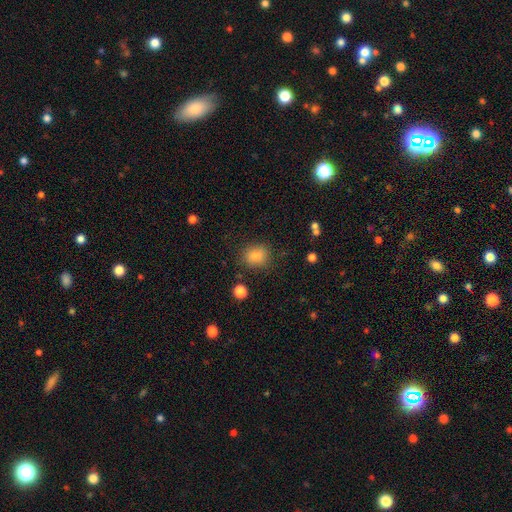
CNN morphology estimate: smooth_or_featured: smooth (p=0.79) [alt: star or artifact p=0.13]
how_rounded: round (p=0.70) [alt: in between p=0.29]
merging: none (p=0.86) [alt: minor disturbance p=0.09]